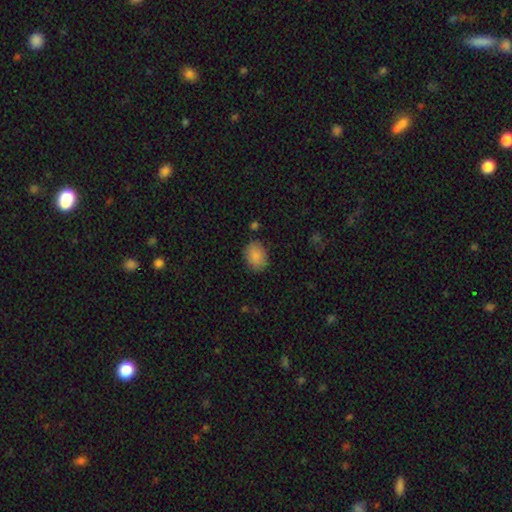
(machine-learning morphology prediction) The model was most divided on "how rounded": in between: 66%, round: 33%, cigar-shaped: 1%. More confident: smooth or featured — smooth (88%); merging — none (82%).